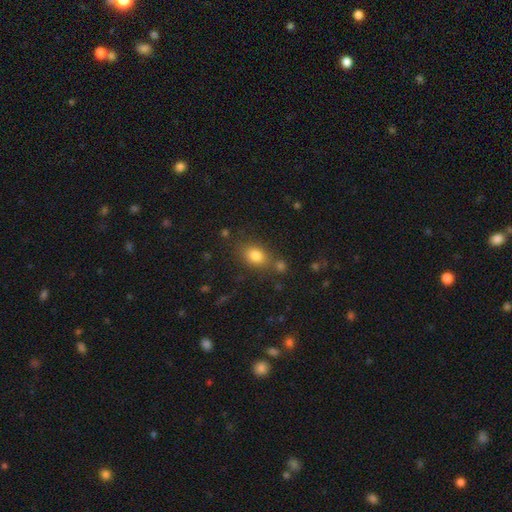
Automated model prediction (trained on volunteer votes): A smooth galaxy with no disk features (80%) that is in between round and cigar-shaped (62%).

Vote fractions:
- Smooth or featured? smooth: 80% / star or artifact: 12% / featured or disk: 8%
- How rounded? in between: 62% / round: 36% / cigar-shaped: 2%
- Merging? none: 70% / minor disturbance: 14% / merger: 11% / major disturbance: 5%